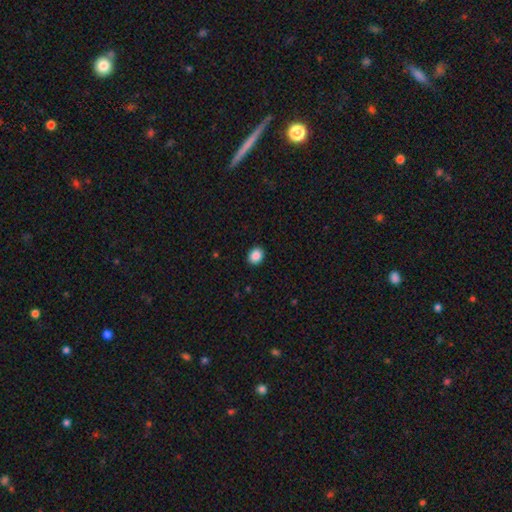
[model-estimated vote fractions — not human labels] Smooth or featured? smooth (89%)
How rounded? round (51%)
Merging? none (91%)